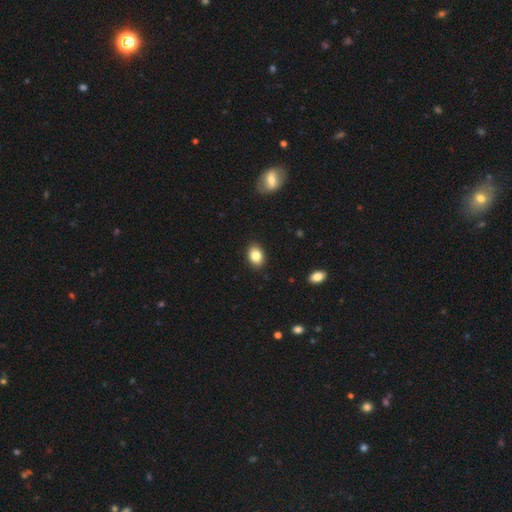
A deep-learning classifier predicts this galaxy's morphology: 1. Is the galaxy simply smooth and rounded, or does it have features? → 85% smooth, 8% star or artifact, 7% featured or disk.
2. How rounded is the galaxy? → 80% in between, 19% round, 1% cigar-shaped.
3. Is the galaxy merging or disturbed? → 89% none, 8% minor disturbance, 2% major disturbance, 1% merger.